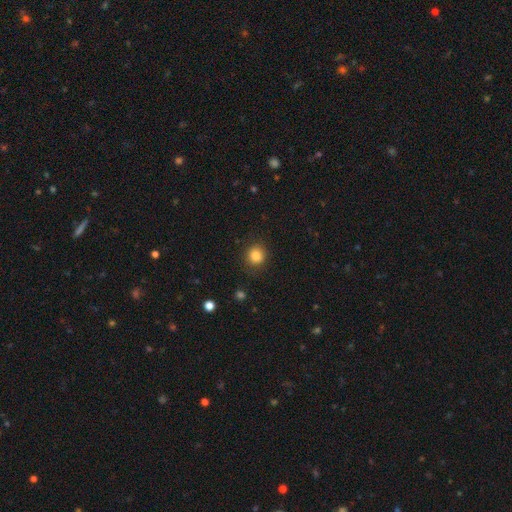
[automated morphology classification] This appears to be a smooth galaxy with no disk features (85%) that is round (87%). Merging: none (87%).